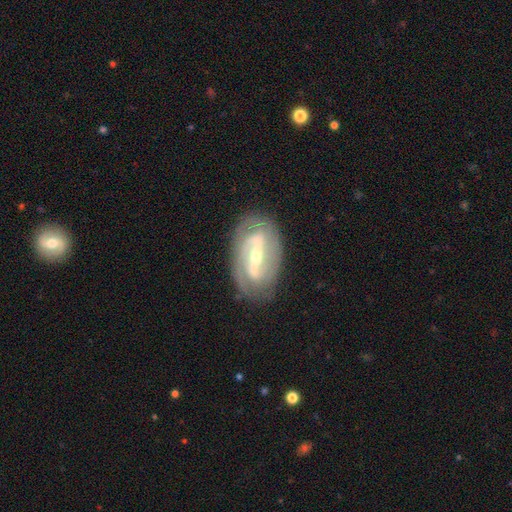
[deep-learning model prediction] Smooth or featured? Predicted: featured or disk (p=0.86). Edge-on disk? Predicted: no (p=0.94). Bar? Predicted: strong (p=0.66). Spiral arms? Predicted: yes (p=0.90). Spiral winding? Predicted: tight (p=0.47). Spiral arm count? Predicted: 2 (p=0.77). Bulge size? Predicted: moderate (p=0.48, tied with small). Merging? Predicted: none (p=0.82).